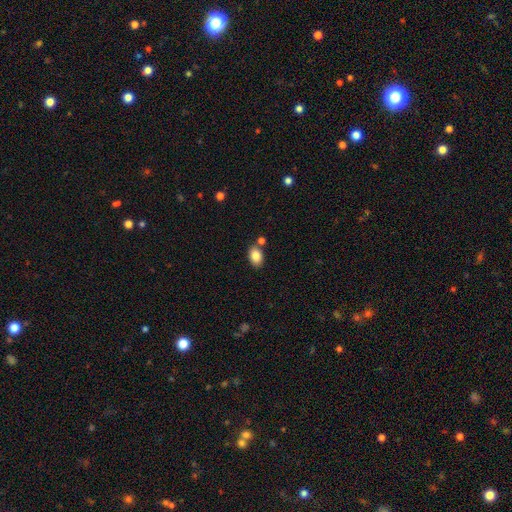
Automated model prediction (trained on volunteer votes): Q: Smooth or featured?
A: smooth (85%); runner-up: star or artifact (8%)
Q: How rounded?
A: in between (86%); runner-up: round (13%)
Q: Merging?
A: none (76%); runner-up: minor disturbance (11%)